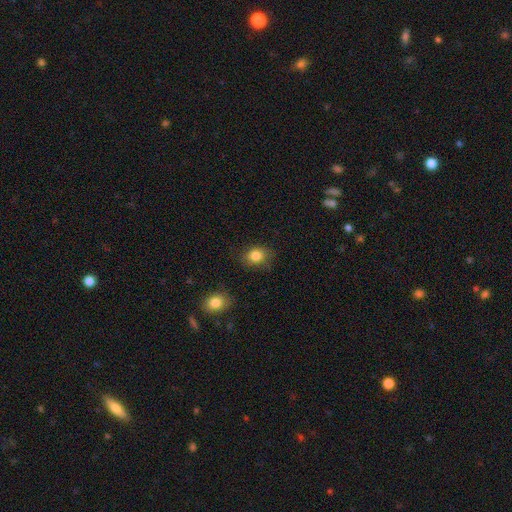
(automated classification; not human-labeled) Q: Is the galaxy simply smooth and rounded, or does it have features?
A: smooth — 84%.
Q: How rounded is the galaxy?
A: round — 56%.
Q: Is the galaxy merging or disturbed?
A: none — 77%.